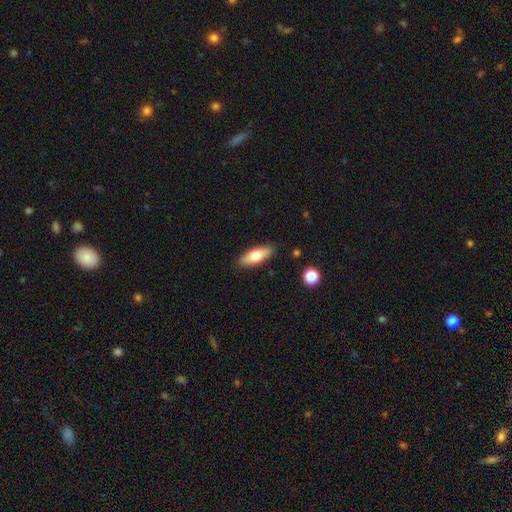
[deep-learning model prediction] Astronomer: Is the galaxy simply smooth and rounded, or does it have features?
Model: smooth — 66%.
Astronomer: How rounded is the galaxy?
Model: in between — 67%.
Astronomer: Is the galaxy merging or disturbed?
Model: none — 88%.